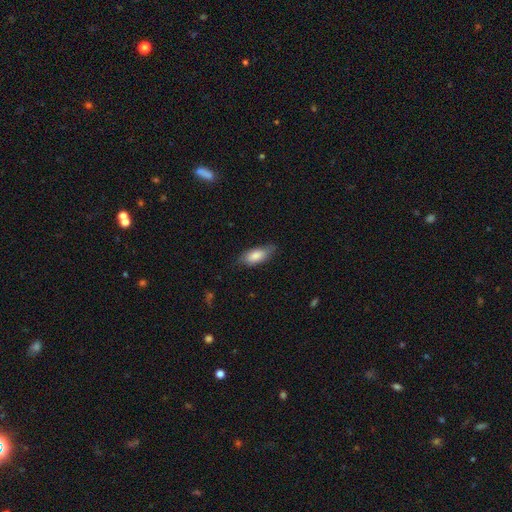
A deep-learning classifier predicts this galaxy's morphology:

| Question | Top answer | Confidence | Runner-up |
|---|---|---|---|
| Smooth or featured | smooth | 80% | featured or disk (14%) |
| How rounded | in between | 81% | cigar-shaped (17%) |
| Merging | none | 69% | minor disturbance (25%) |